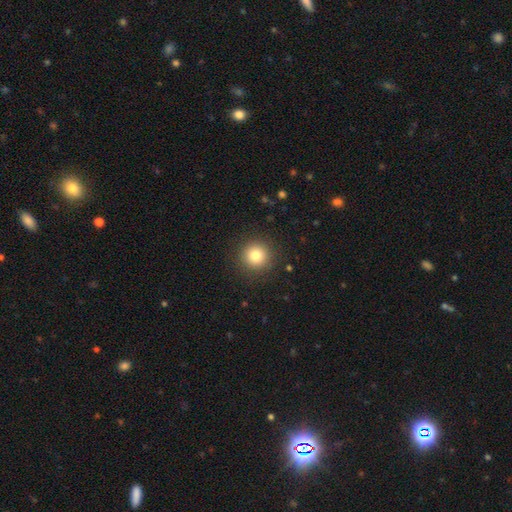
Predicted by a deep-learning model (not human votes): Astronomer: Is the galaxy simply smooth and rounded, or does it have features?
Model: smooth — 81%.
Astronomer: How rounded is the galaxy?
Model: round — 95%.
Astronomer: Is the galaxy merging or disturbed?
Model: none — 91%.